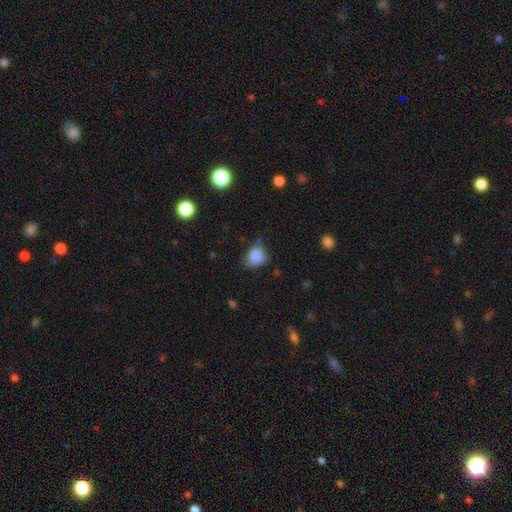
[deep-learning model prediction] Q: Smooth or featured?
A: smooth (84%); runner-up: star or artifact (10%)
Q: How rounded?
A: in between (52%); runner-up: round (47%)
Q: Merging?
A: none (52%); runner-up: minor disturbance (35%)